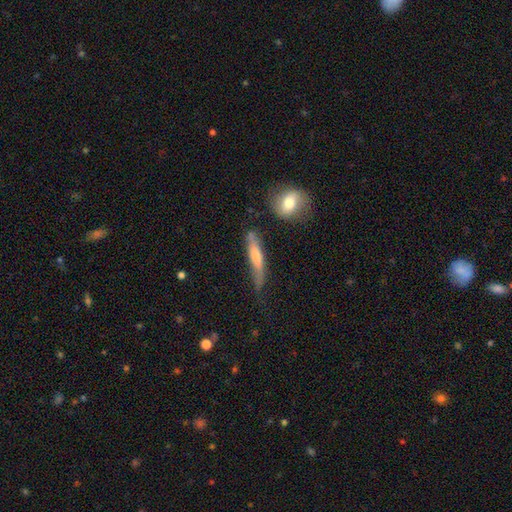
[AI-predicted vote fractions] Smooth or featured? Predicted: smooth (p=0.56). How rounded? Predicted: cigar-shaped (p=0.86). Merging? Predicted: none (p=0.49).